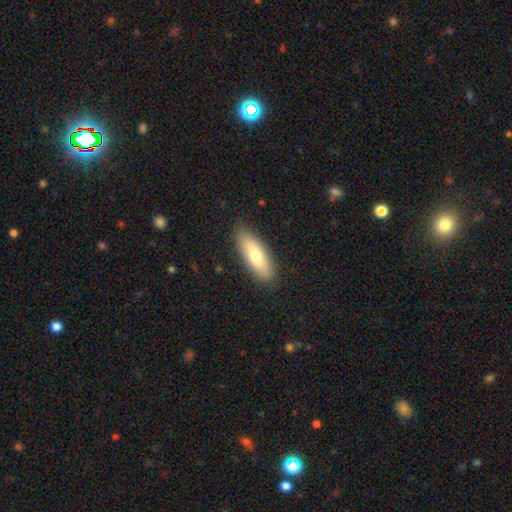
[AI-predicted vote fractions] Smooth or featured?
  - smooth: 70% *
  - featured or disk: 24%
  - star or artifact: 6%
How rounded?
  - in between: 59% *
  - cigar-shaped: 39%
  - round: 2%
Merging?
  - none: 88% *
  - minor disturbance: 9%
  - major disturbance: 2%
  - merger: 1%